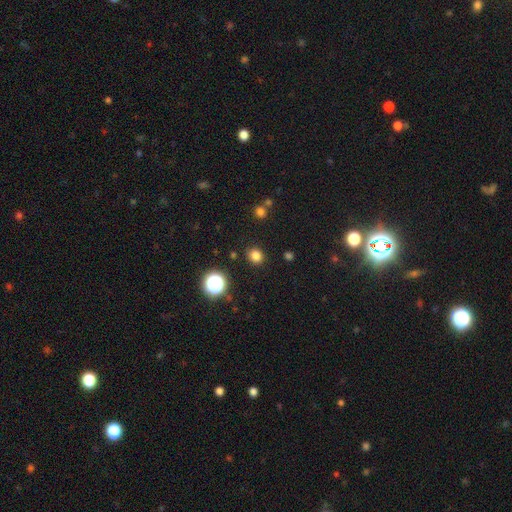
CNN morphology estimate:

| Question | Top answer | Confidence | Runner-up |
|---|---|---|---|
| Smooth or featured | smooth | 80% | star or artifact (16%) |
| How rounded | round | 79% | in between (20%) |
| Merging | none | 88% | minor disturbance (8%) |